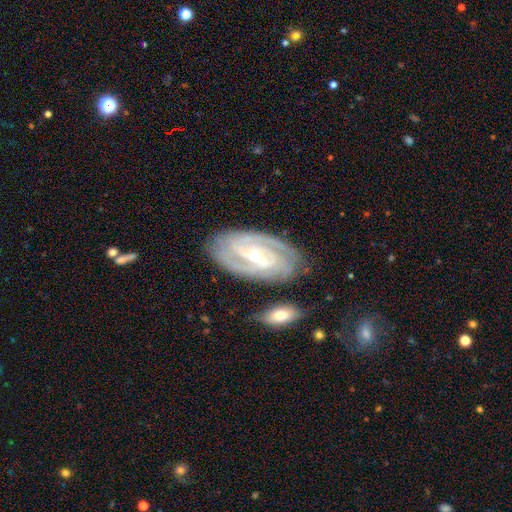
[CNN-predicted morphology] Q: Smooth or featured?
A: featured or disk (89%); runner-up: smooth (6%)
Q: Edge-on disk?
A: no (95%); runner-up: yes (5%)
Q: Bar?
A: weak (40%); runner-up: strong (33%)
Q: Spiral arms?
A: yes (97%); runner-up: no (3%)
Q: Spiral winding?
A: tight (67%); runner-up: medium (28%)
Q: Spiral arm count?
A: 2 (48%); runner-up: 3 (22%)
Q: Bulge size?
A: small (63%); runner-up: moderate (34%)
Q: Merging?
A: none (78%); runner-up: minor disturbance (14%)